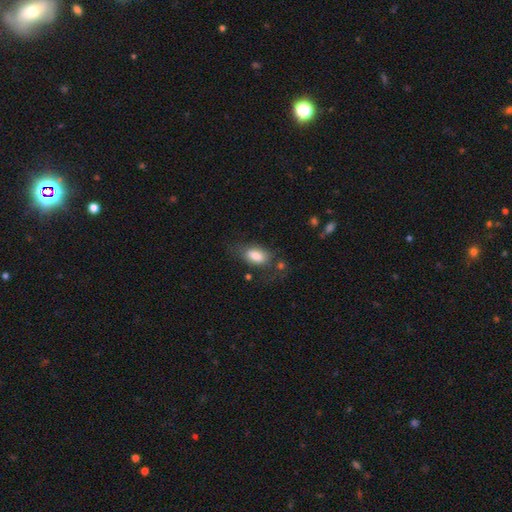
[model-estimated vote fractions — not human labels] Smooth or featured?
  - smooth: 79% *
  - featured or disk: 13%
  - star or artifact: 7%
How rounded?
  - in between: 88% *
  - round: 7%
  - cigar-shaped: 5%
Merging?
  - none: 54% *
  - minor disturbance: 25%
  - major disturbance: 15%
  - merger: 5%